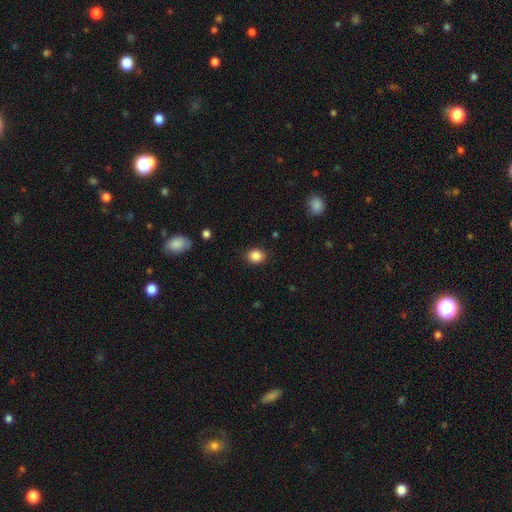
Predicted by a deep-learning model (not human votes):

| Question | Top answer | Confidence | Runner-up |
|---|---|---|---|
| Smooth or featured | smooth | 86% | star or artifact (10%) |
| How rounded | round | 51% | in between (48%) |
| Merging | none | 87% | minor disturbance (10%) |